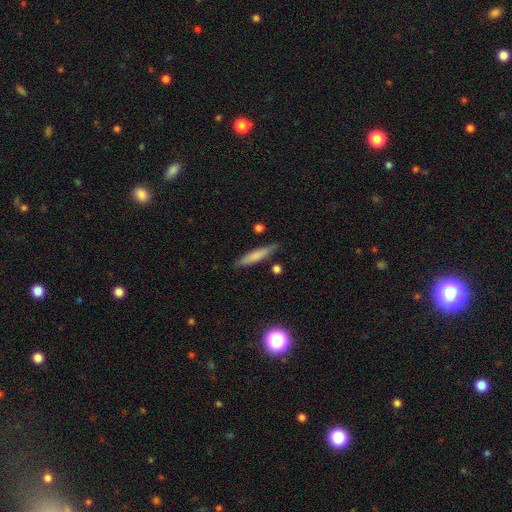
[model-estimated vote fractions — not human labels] smooth 71%, featured or disk 22%, star or artifact 7%. Down the decision tree: how rounded — cigar-shaped (87%); merging — none (82%).